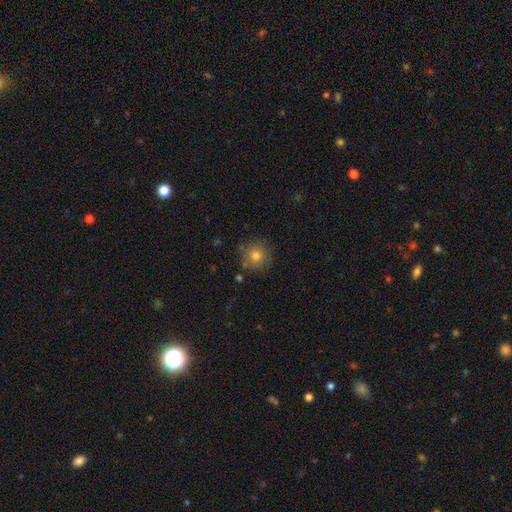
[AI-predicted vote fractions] Morphology: type=smooth (79%); roundness=round (95%); merging=none (84%).